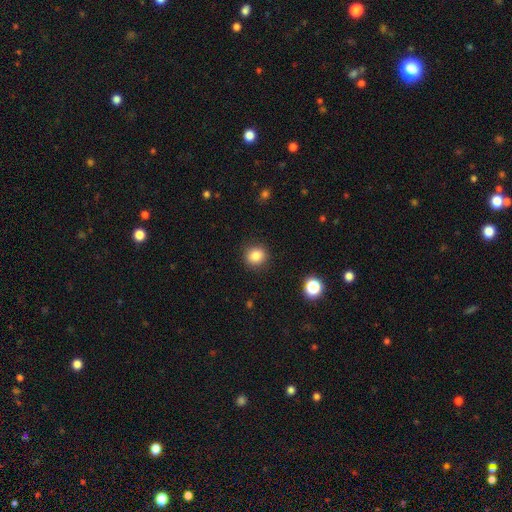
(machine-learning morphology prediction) Overall: smooth (84%). How rounded: round (86%). Merging: none (90%).